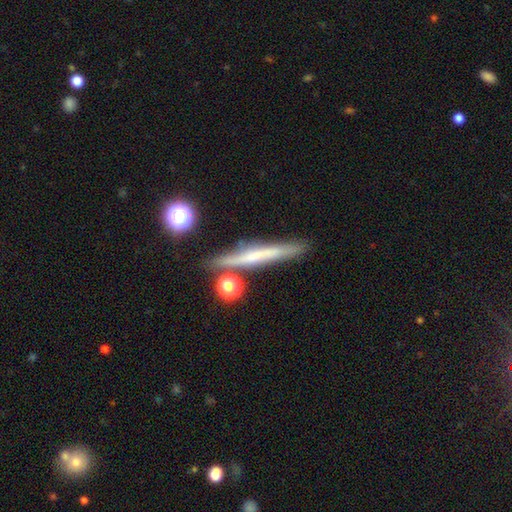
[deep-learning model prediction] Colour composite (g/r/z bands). It shows a featured or disk galaxy (50%) viewed edge-on (92%). Merging: none (77%).